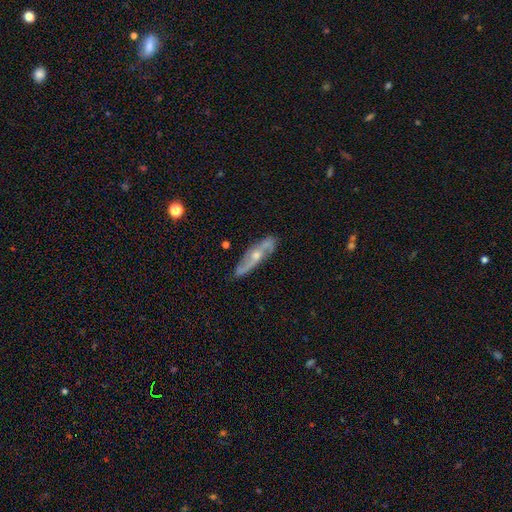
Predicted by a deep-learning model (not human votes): Overall: featured or disk (77%). Edge-on disk: no (68%; yes 32%). Bar: no (57%; weak 33%). Spiral arms: yes (89%). Bulge size: moderate (56%; small 39%). Merging: none (80%).